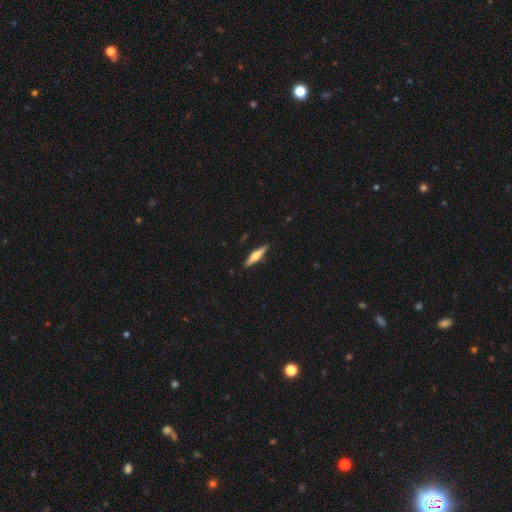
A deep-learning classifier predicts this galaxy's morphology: featured or disk 49%, smooth 45%, star or artifact 5%. Down the decision tree: merging — none (90%).